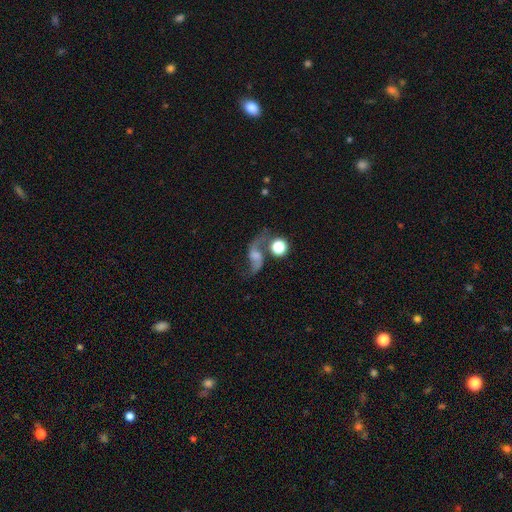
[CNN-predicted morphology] featured or disk 80%, smooth 12%, star or artifact 9%. Down the decision tree: edge-on disk — no (96%); bar — no (53%); spiral arms — yes (94%); spiral arm count — 2 (92%); spiral winding — loose (88%); bulge size — moderate (33%); merging — none (57%).